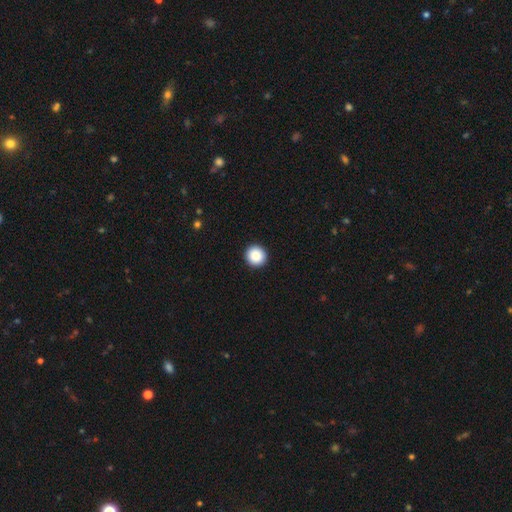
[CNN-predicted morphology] A smooth galaxy with no disk features (88%) that is round (95%). Merging: none (94%).